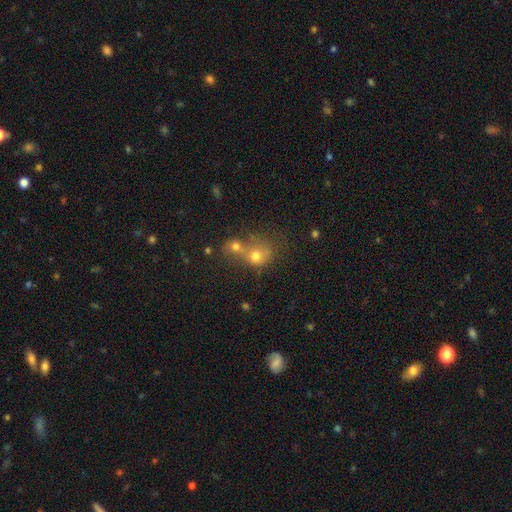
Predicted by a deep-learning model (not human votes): Morphology: type=smooth (59%); roundness=round (74%); merging=merger (54%).